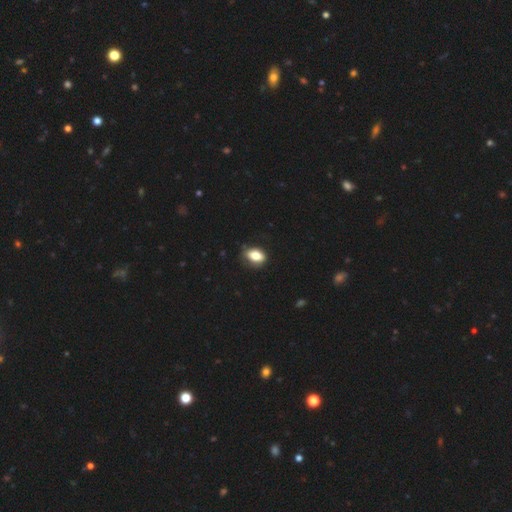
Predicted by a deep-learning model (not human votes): Smooth or featured? smooth (80%)
How rounded? in between (84%)
Merging? none (73%)